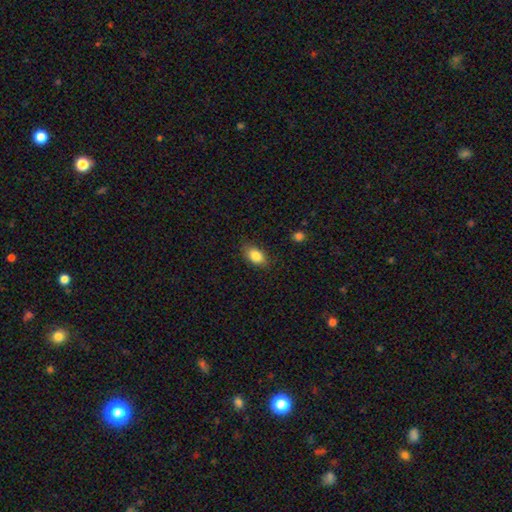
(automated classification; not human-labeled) A smooth galaxy with no disk features (85%) that is in between round and cigar-shaped (89%).

Vote fractions:
- Smooth or featured? smooth: 85% / star or artifact: 8% / featured or disk: 7%
- How rounded? in between: 89% / round: 9% / cigar-shaped: 3%
- Merging? none: 83% / minor disturbance: 13% / major disturbance: 3% / merger: 1%